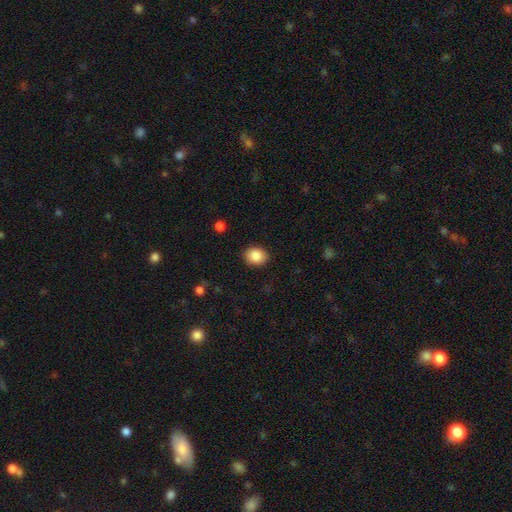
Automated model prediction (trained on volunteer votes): smooth-or-featured: smooth: 88% | star or artifact: 8% | featured or disk: 4%
  how-rounded: in between: 51% | round: 48% | cigar-shaped: 1%
  merging: none: 88% | minor disturbance: 8% | major disturbance: 3% | merger: 1%